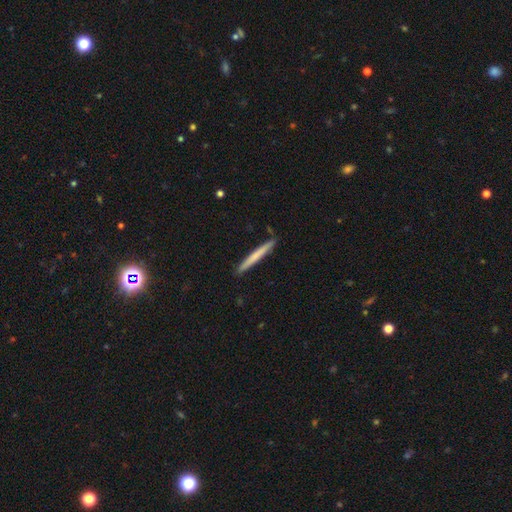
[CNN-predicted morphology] Smooth or featured? smooth (65%)
How rounded? cigar-shaped (97%)
Merging? none (91%)